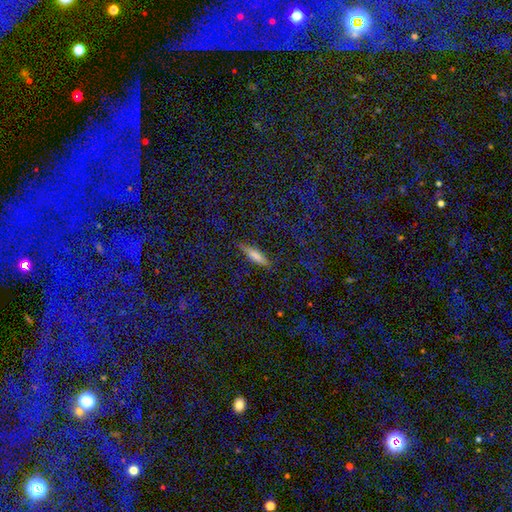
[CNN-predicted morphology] Smooth or featured?
  - smooth: 68% *
  - featured or disk: 22%
  - star or artifact: 11%
How rounded?
  - cigar-shaped: 71% *
  - in between: 26%
  - round: 3%
Merging?
  - none: 83% *
  - minor disturbance: 12%
  - major disturbance: 3%
  - merger: 2%